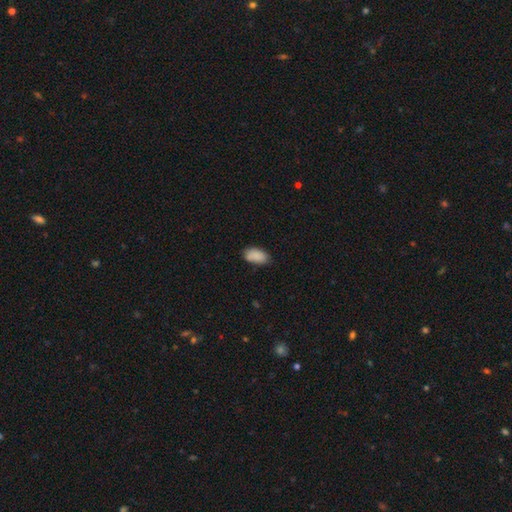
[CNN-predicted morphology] smooth_or_featured: smooth (p=0.88) [alt: star or artifact p=0.07]
how_rounded: in between (p=0.93) [alt: round p=0.03]
merging: none (p=0.76) [alt: minor disturbance p=0.19]